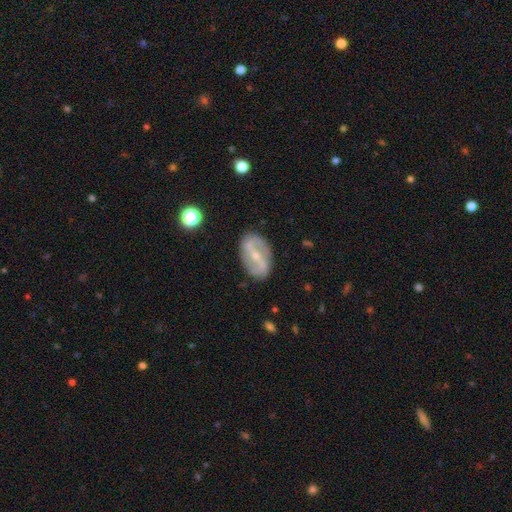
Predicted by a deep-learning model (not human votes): The model was most divided on "spiral winding": loose: 43%, medium: 36%, tight: 20%. More confident: edge-on disk — no (94%); spiral arm count — 2 (88%); merging — none (84%); smooth or featured — featured or disk (81%); spiral arms — yes (79%); bulge size — small (65%); bar — strong (57%).